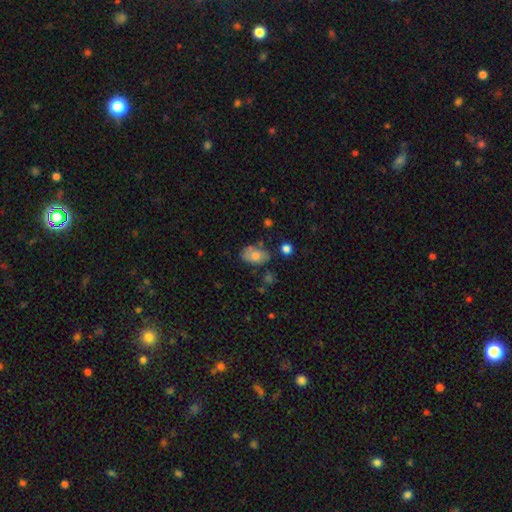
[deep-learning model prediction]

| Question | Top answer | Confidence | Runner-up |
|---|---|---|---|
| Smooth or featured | smooth | 67% | featured or disk (25%) |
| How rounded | in between | 87% | round (12%) |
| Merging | none | 61% | minor disturbance (24%) |